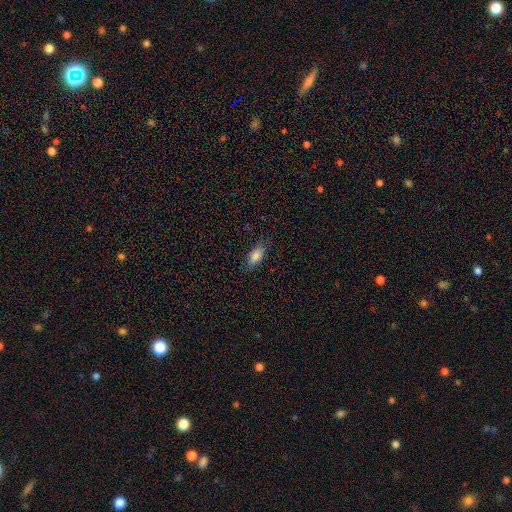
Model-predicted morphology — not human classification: Q: Smooth or featured?
A: smooth (82%); runner-up: featured or disk (10%)
Q: How rounded?
A: in between (85%); runner-up: cigar-shaped (12%)
Q: Merging?
A: none (79%); runner-up: minor disturbance (16%)